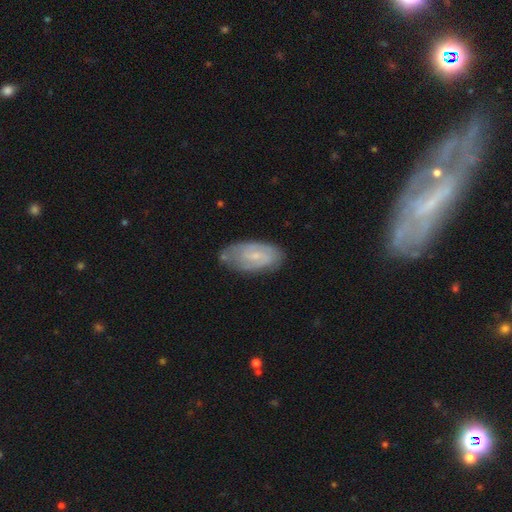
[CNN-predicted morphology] type=featured or disk (69%); edge-on=no (95%); bar=weak (52%); spiral arms=yes (88%); winding=tight (48%); arm count=2 (60%); bulge=small (69%); merging=none (69%).